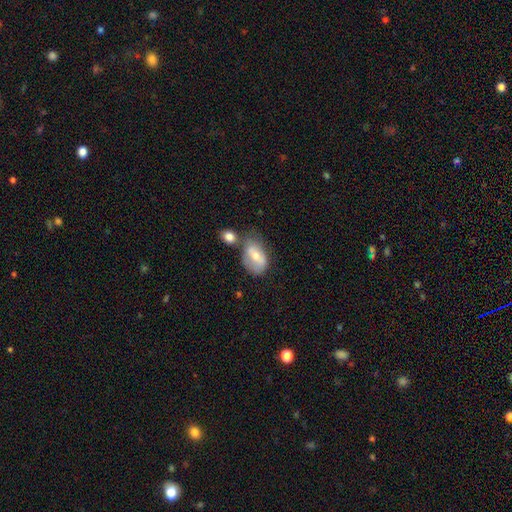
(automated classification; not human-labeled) Smooth or featured? smooth (56%)
How rounded? in between (86%)
Merging? none (36%)